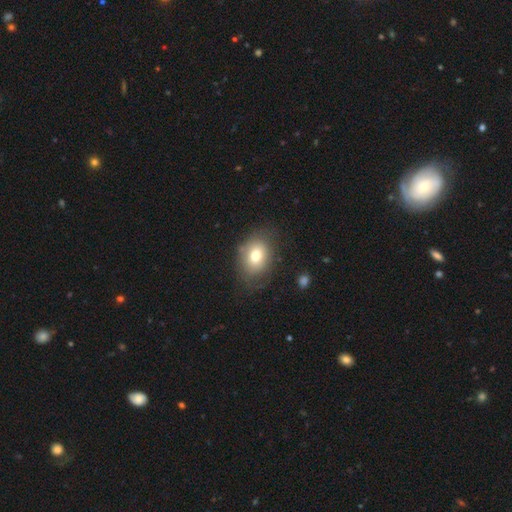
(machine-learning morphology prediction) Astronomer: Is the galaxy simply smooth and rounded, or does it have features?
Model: smooth — 73%.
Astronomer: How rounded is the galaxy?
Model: in between — 61% (runner-up: round, 38%).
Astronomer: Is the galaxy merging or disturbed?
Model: none — 72%.